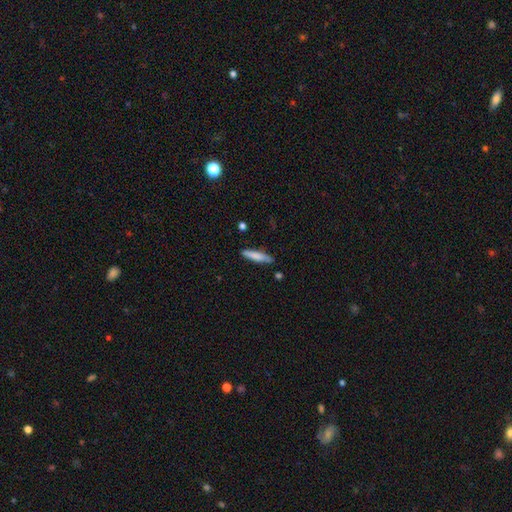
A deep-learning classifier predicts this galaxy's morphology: smooth-or-featured: smooth: 77% | featured or disk: 17% | star or artifact: 6%
  how-rounded: cigar-shaped: 85% | in between: 14% | round: 1%
  merging: none: 79% | minor disturbance: 15% | merger: 3% | major disturbance: 3%